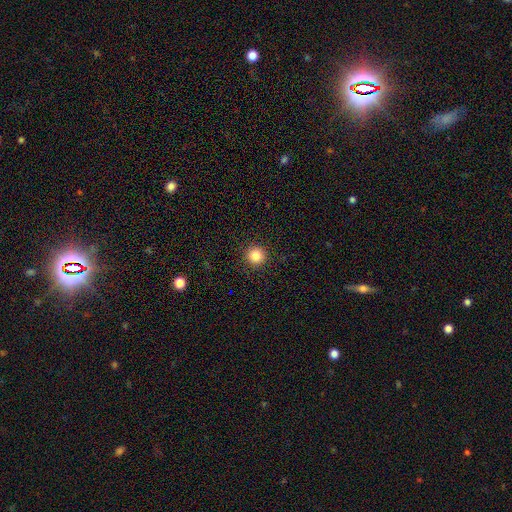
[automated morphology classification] Smooth or featured: smooth — 84% (star or artifact — 12%)
How rounded: round — 96% (in between — 3%)
Merging: none — 92% (minor disturbance — 5%)